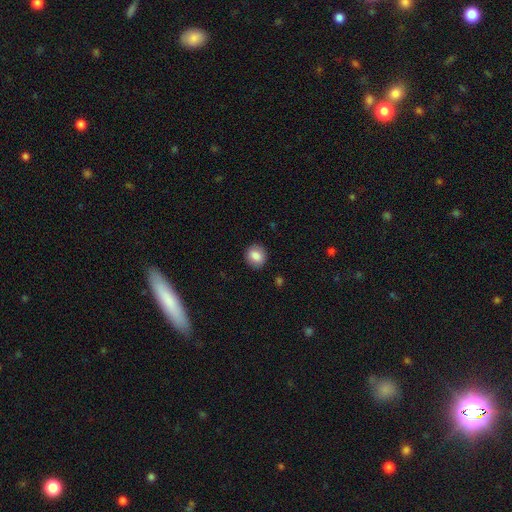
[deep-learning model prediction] This is clearly a smooth galaxy (85%). How rounded: likely round (76%). Merging: clearly none (88%).